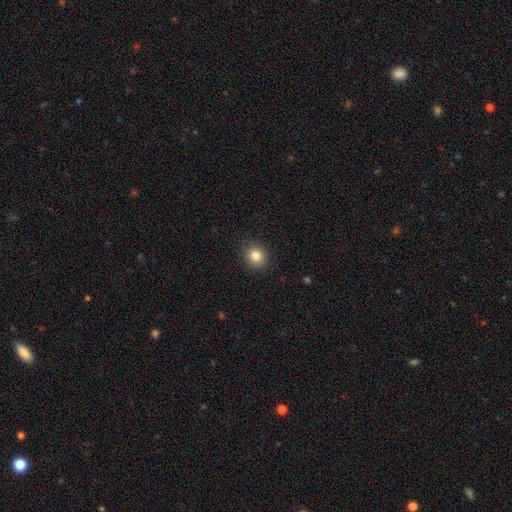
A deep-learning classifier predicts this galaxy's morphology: smooth_or_featured: smooth (p=0.83) [alt: star or artifact p=0.10]
how_rounded: round (p=0.79) [alt: in between p=0.20]
merging: none (p=0.88) [alt: minor disturbance p=0.08]